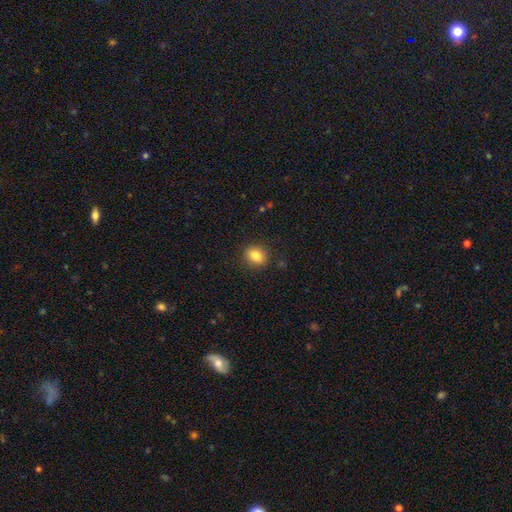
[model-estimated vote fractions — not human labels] Smooth or featured? smooth (84%)
How rounded? round (51%)
Merging? none (88%)